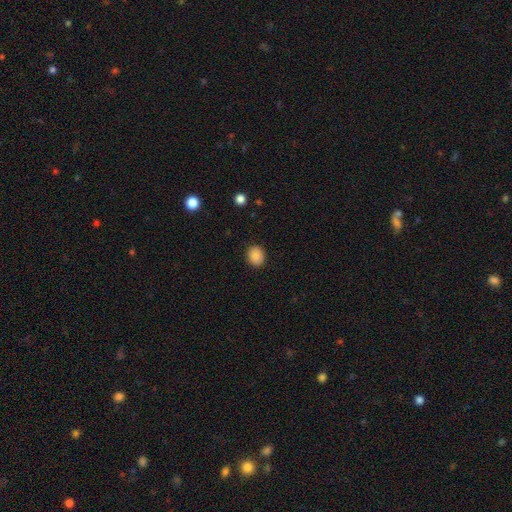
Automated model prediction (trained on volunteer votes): This appears to be a smooth galaxy with no disk features (87%) that is round (76%). Merging: none (88%).